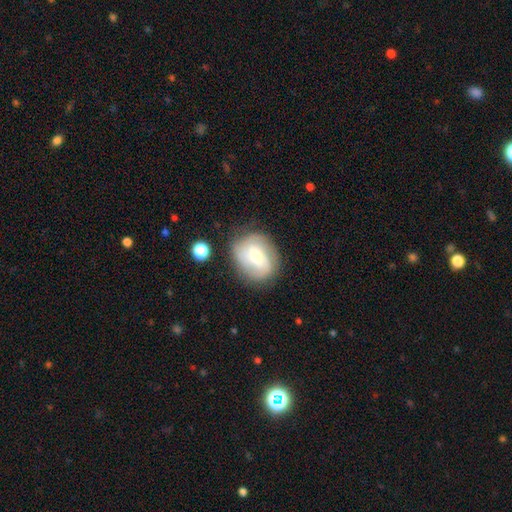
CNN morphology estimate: Overall: featured or disk (54%; smooth 38%). Edge-on disk: no (96%). Bar: no (51%; weak 38%). Spiral arms: yes (77%). Bulge size: moderate (54%; small 40%). Merging: none (69%).